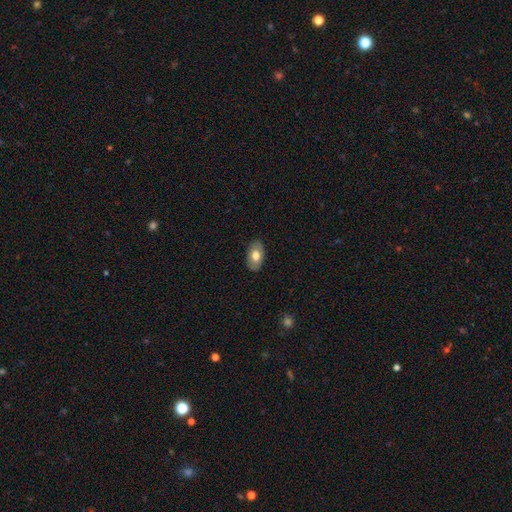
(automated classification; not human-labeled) Smooth or featured: smooth — 70% (featured or disk — 24%)
How rounded: in between — 92% (round — 7%)
Merging: none — 86% (minor disturbance — 10%)